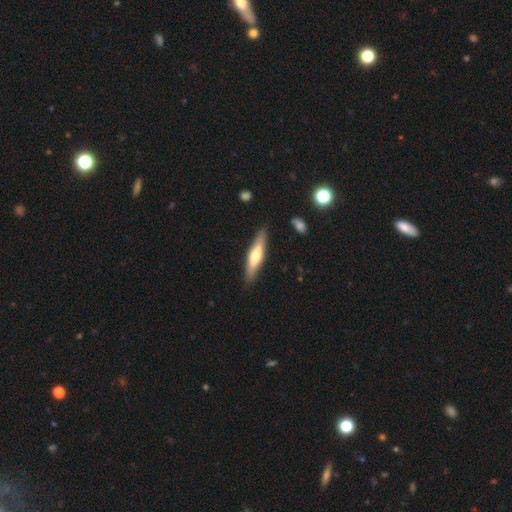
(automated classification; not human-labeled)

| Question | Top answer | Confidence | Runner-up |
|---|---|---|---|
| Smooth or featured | featured or disk | 48% | smooth (47%) |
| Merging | none | 86% | minor disturbance (10%) |